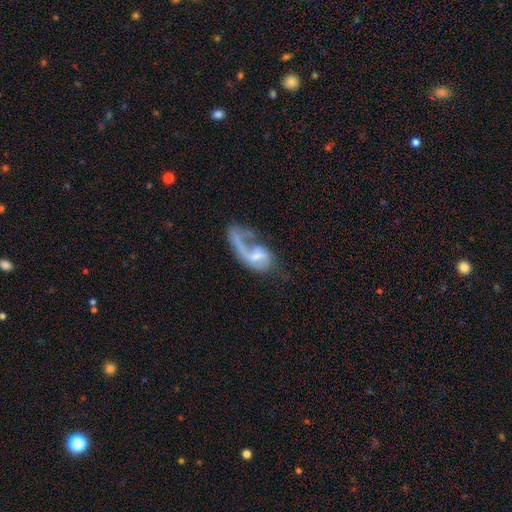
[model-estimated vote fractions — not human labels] The model was most divided on "bulge size": small: 42%, none: 29%, moderate: 23%, large: 4%, dominant: 2%. Remaining: edge-on disk — no (96%); spiral arms — yes (74%); smooth or featured — featured or disk (69%); bar — no (56%); merging — major disturbance (48%).